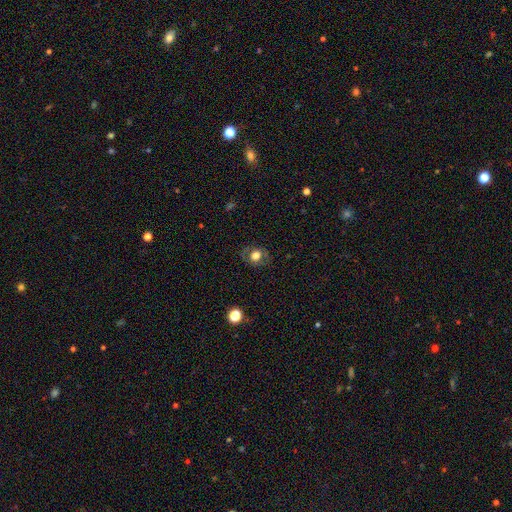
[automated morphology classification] This is likely a smooth galaxy (64%). How rounded: likely round (64%). Merging: likely none (79%).